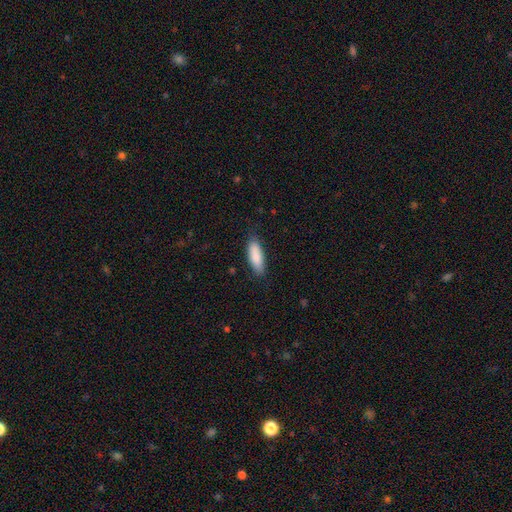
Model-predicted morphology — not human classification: Overall: smooth (87%). How rounded: in between (64%; cigar-shaped 34%). Merging: none (81%).